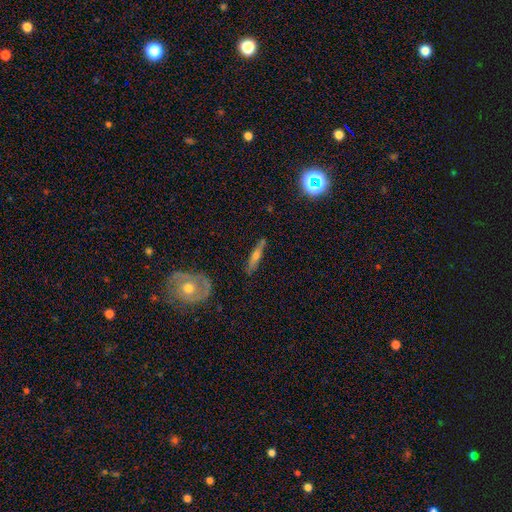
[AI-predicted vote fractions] A featured or disk galaxy (56%) viewed edge-on (86%). Merging: none (83%).